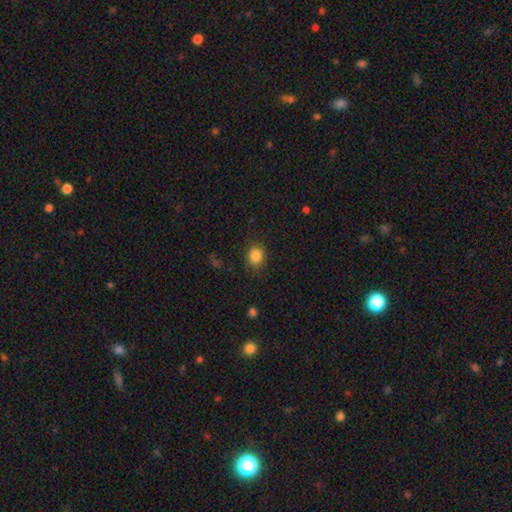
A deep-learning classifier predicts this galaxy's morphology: smooth_or_featured: smooth (p=0.85) [alt: star or artifact p=0.11]
how_rounded: round (p=0.71) [alt: in between p=0.28]
merging: none (p=0.85) [alt: minor disturbance p=0.11]